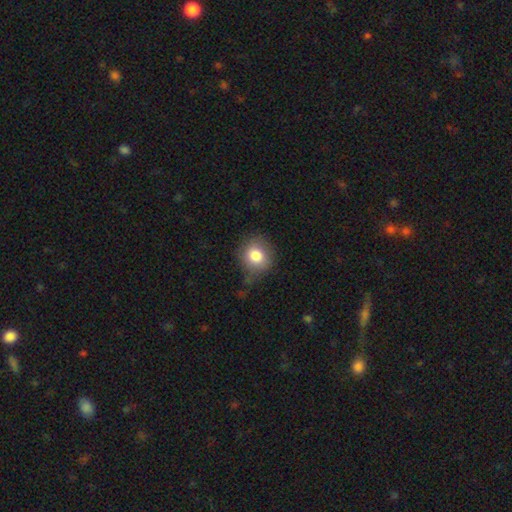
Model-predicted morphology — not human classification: This appears to be a smooth galaxy with no disk features (82%) that is round (84%). Merging: none (68%).